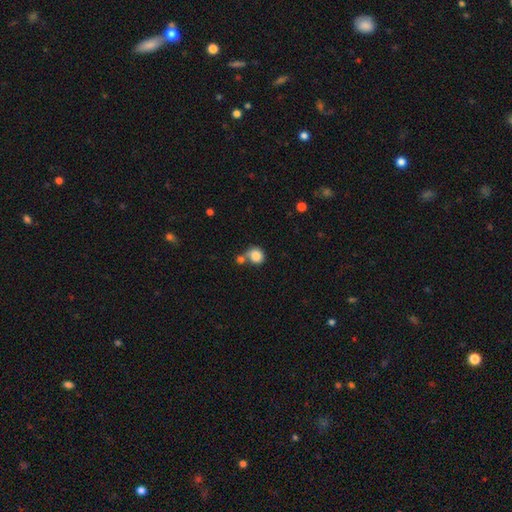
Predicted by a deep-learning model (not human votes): Overall: smooth (85%). How rounded: round (84%). Merging: none (53%; merger 31%).